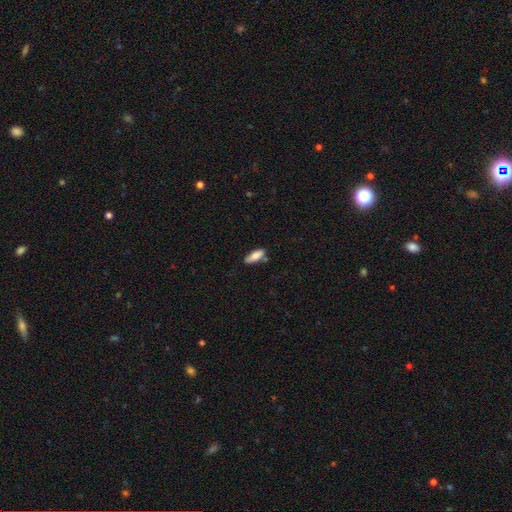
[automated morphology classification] This is clearly a smooth galaxy (81%). How rounded: likely in between (70%). Merging: likely none (73%).